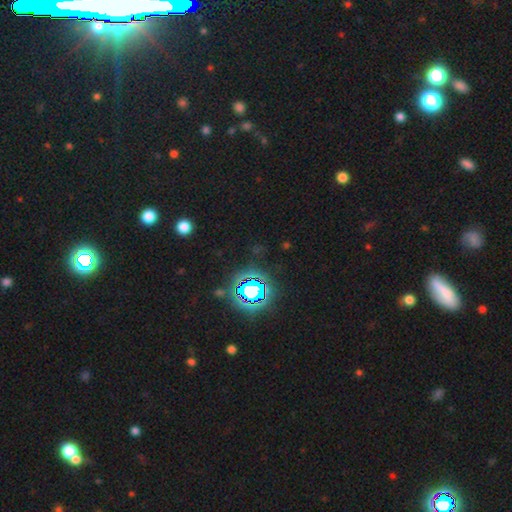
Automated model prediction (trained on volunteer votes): This is clearly a star or artifact rather than a galaxy (80%).